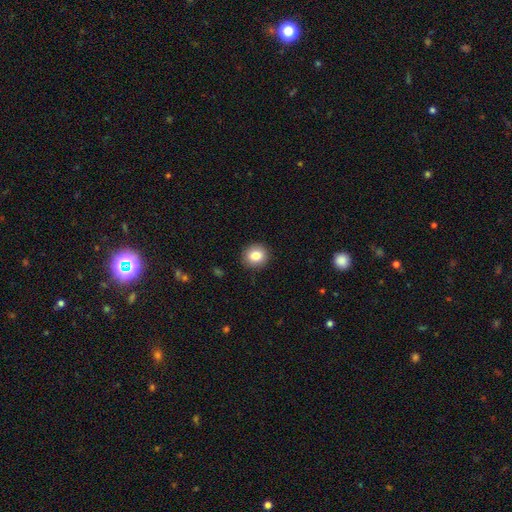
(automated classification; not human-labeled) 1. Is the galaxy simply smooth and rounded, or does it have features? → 83% smooth, 9% star or artifact, 7% featured or disk.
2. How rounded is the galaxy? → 85% round, 14% in between, 1% cigar-shaped.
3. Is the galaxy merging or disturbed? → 90% none, 7% minor disturbance, 2% major disturbance, 1% merger.